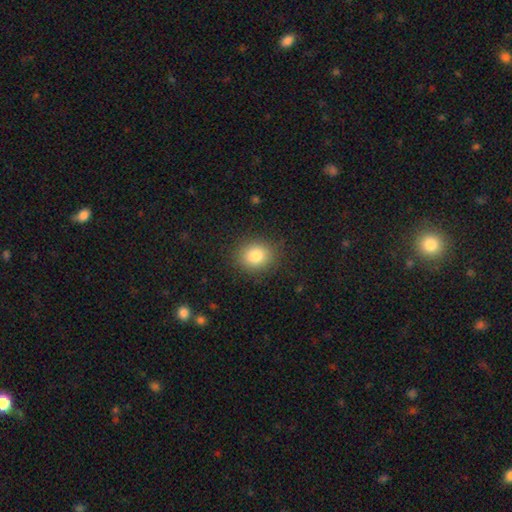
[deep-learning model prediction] smooth-or-featured: smooth: 82% | star or artifact: 10% | featured or disk: 7%
  how-rounded: round: 70% | in between: 30% | cigar-shaped: 1%
  merging: none: 87% | minor disturbance: 9% | major disturbance: 3% | merger: 1%